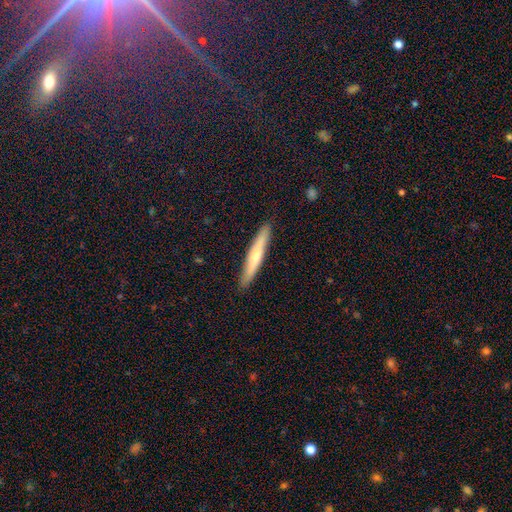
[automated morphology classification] Smooth or featured? smooth (54%)
How rounded? cigar-shaped (94%)
Merging? none (91%)